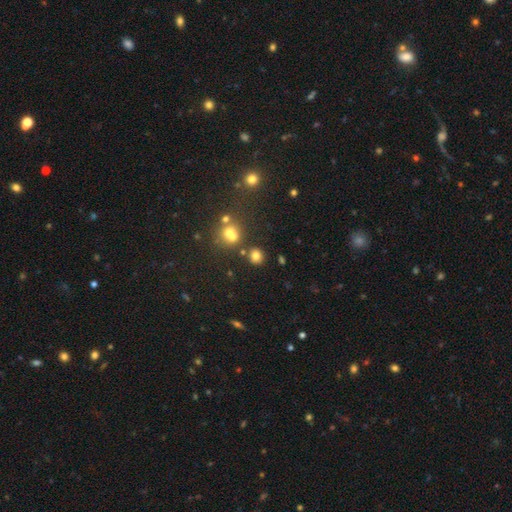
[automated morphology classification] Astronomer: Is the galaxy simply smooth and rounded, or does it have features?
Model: smooth — 76%.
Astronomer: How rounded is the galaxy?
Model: round — 82%.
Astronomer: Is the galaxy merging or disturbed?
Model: none — 78%.